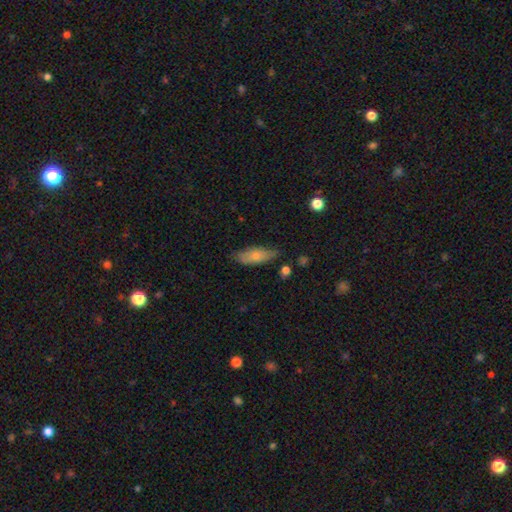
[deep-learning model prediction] smooth_or_featured: smooth (p=0.72) [alt: featured or disk p=0.21]
how_rounded: in between (p=0.74) [alt: cigar-shaped p=0.23]
merging: none (p=0.66) [alt: minor disturbance p=0.26]